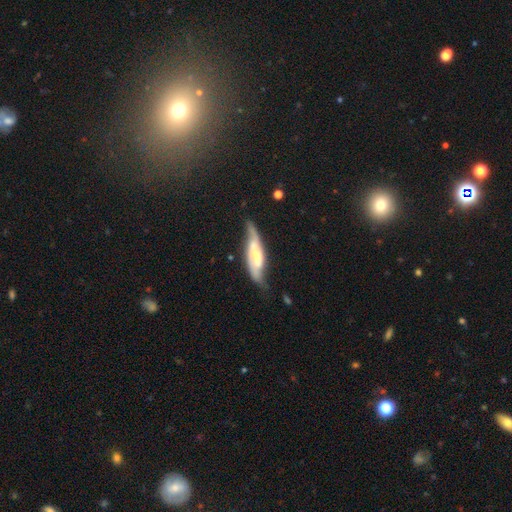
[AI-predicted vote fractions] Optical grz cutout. It shows a featured or disk galaxy (65%). Merging: none (55%).